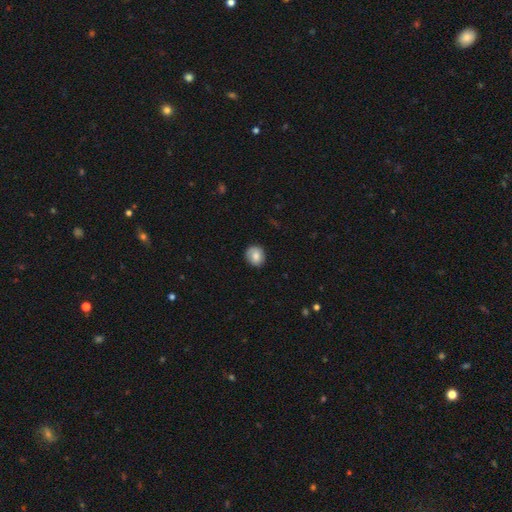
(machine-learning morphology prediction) Q: Smooth or featured?
A: smooth (81%); runner-up: featured or disk (11%)
Q: How rounded?
A: round (74%); runner-up: in between (25%)
Q: Merging?
A: none (82%); runner-up: minor disturbance (14%)